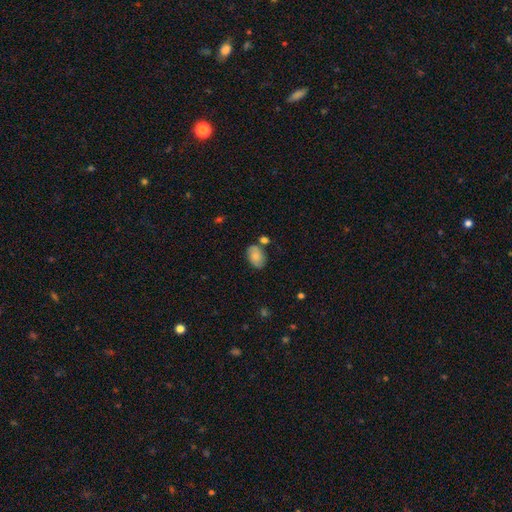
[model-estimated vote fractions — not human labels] smooth-or-featured: smooth: 74% | featured or disk: 19% | star or artifact: 8%
  how-rounded: in between: 87% | round: 12% | cigar-shaped: 1%
  merging: none: 64% | minor disturbance: 19% | merger: 12% | major disturbance: 5%